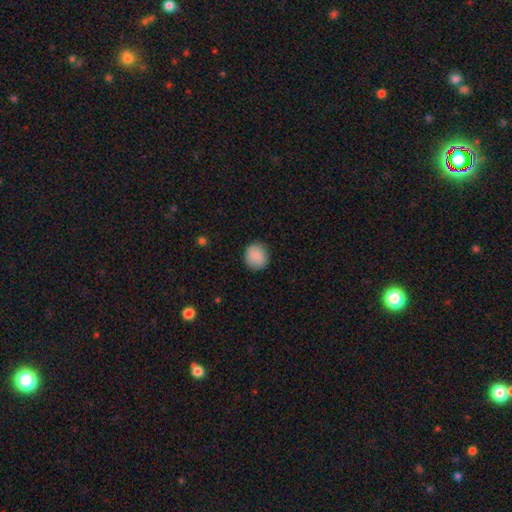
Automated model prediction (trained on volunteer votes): Smooth or featured: smooth — 89% (star or artifact — 7%)
How rounded: round — 86% (in between — 13%)
Merging: none — 89% (minor disturbance — 8%)